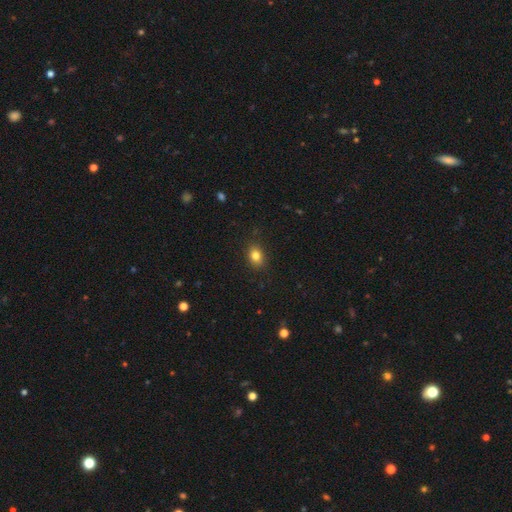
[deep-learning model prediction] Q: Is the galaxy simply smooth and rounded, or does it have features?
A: smooth — 82%.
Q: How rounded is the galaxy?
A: in between — 64%.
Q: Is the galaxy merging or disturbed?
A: none — 86%.